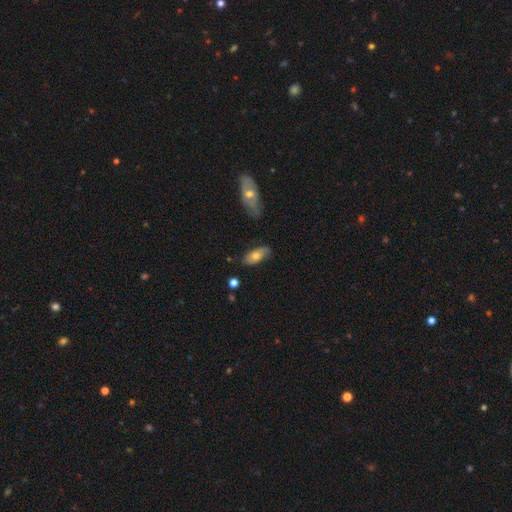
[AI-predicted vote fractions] Smooth or featured?
  - smooth: 65% *
  - featured or disk: 28%
  - star or artifact: 7%
How rounded?
  - in between: 87% *
  - cigar-shaped: 10%
  - round: 3%
Merging?
  - none: 73% *
  - minor disturbance: 20%
  - major disturbance: 4%
  - merger: 3%